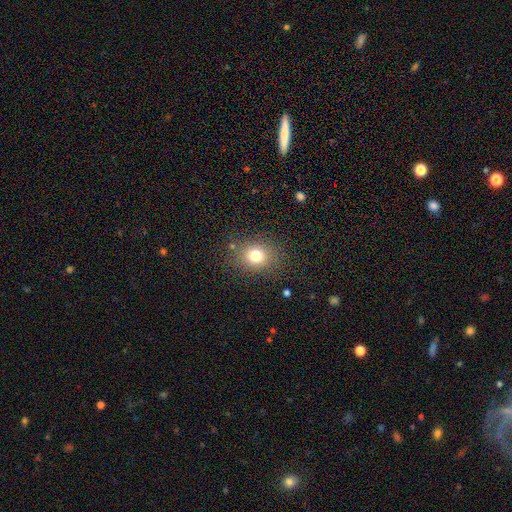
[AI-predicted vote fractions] smooth 78%, star or artifact 14%, featured or disk 9%. Down the decision tree: how rounded — round (68%); merging — none (83%).